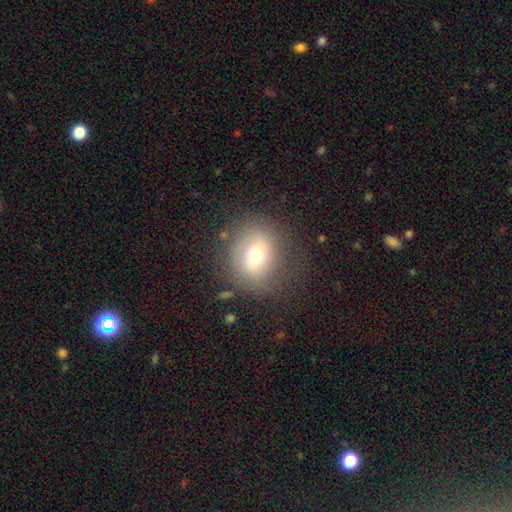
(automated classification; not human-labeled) This appears to be a smooth galaxy with no disk features (64%) that is round (74%). Merging: none (73%).